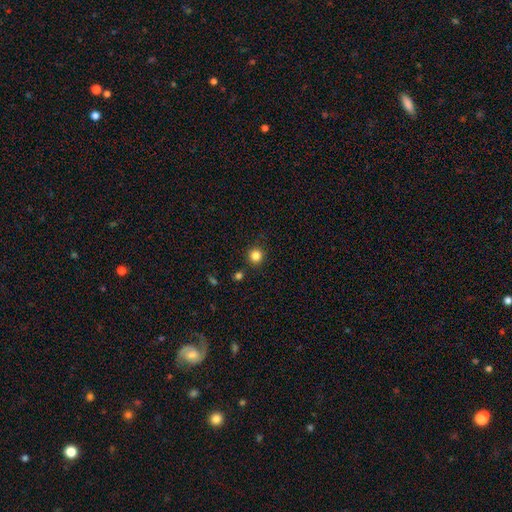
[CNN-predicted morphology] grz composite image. It shows a smooth galaxy with no disk features (84%) that is round (94%). Merging: none (88%).